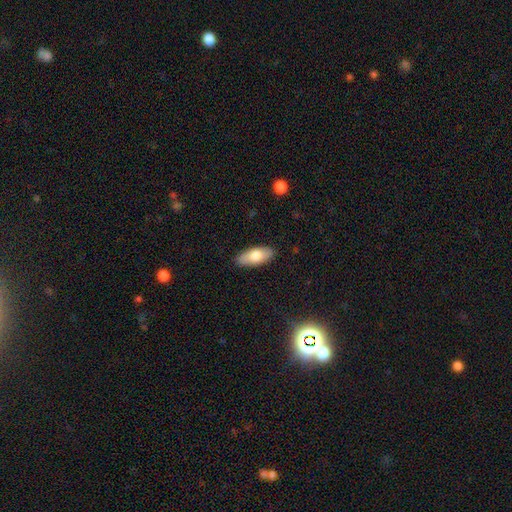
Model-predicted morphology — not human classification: Smooth or featured: smooth — 75% (featured or disk — 19%)
How rounded: in between — 83% (cigar-shaped — 14%)
Merging: none — 87% (minor disturbance — 10%)